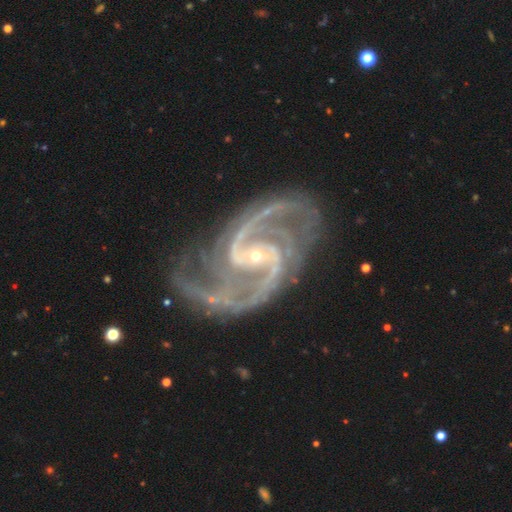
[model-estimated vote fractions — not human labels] featured or disk 94%, star or artifact 4%, smooth 2%. Down the decision tree: edge-on disk — no (98%); bar — weak (39%); spiral arms — yes (99%); spiral arm count — 2 (77%); spiral winding — medium (61%); bulge size — small (81%); merging — none (69%).